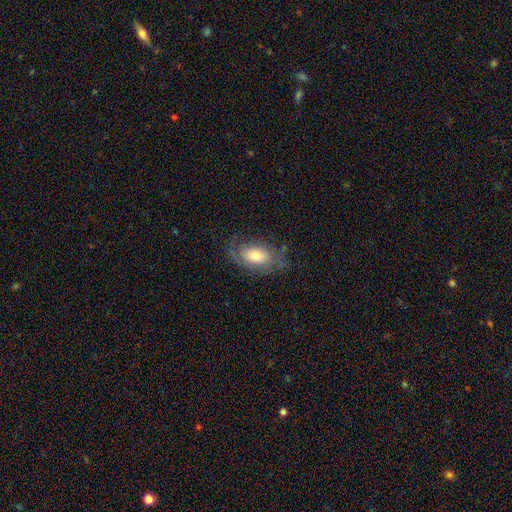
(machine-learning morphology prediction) Smooth or featured? smooth (51%)
How rounded? in between (87%)
Merging? none (59%)